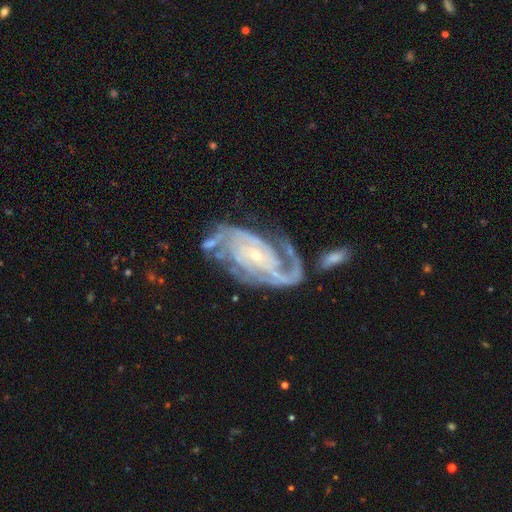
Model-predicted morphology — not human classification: smooth-or-featured: featured or disk: 91% | star or artifact: 5% | smooth: 4%
  disk-edge-on: no: 96% | yes: 4%
    bar: no: 54% | weak: 29% | strong: 17%
    has-spiral-arms: yes: 98% | no: 2%
      spiral-winding: tight: 55% | medium: 37% | loose: 8%
      spiral-arm-count: 2: 55% | 3: 17% | can't tell: 13% | 4: 6% | 1: 5% | more than 4: 4%
    bulge-size: small: 80% | moderate: 16% | none: 1% | large: 1% | dominant: 1%
  merging: none: 55% | minor disturbance: 20% | major disturbance: 15% | merger: 11%